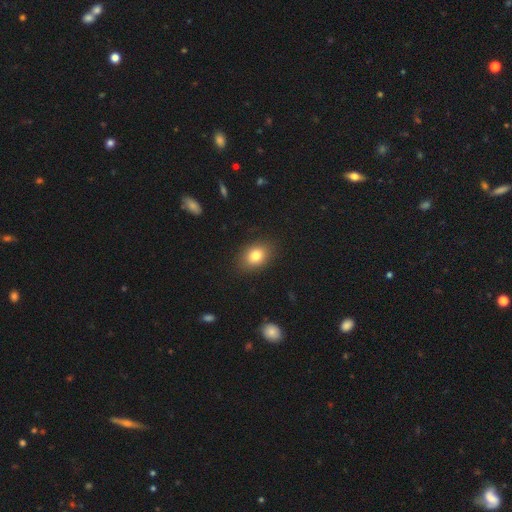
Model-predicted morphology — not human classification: Smooth or featured? smooth (81%)
How rounded? in between (66%)
Merging? none (86%)